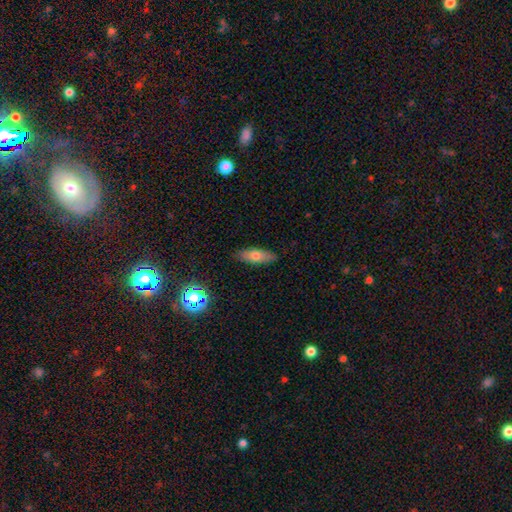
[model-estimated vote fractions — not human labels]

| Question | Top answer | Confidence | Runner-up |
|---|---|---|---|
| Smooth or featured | smooth | 66% | featured or disk (26%) |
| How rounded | in between | 62% | cigar-shaped (34%) |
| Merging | none | 87% | minor disturbance (10%) |